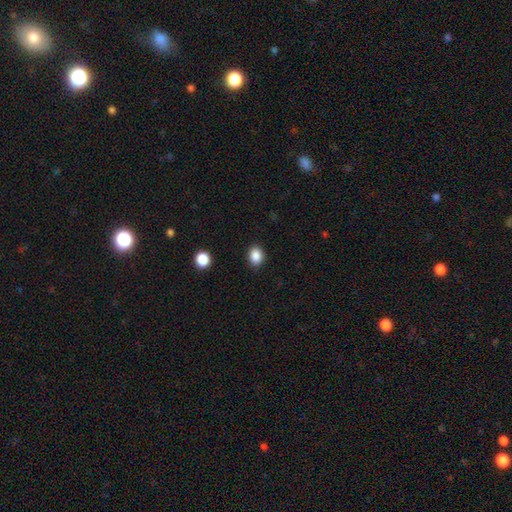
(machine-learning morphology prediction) Smooth or featured?
  - smooth: 87% *
  - star or artifact: 10%
  - featured or disk: 3%
How rounded?
  - in between: 57% *
  - round: 42%
  - cigar-shaped: 1%
Merging?
  - none: 88% *
  - minor disturbance: 9%
  - major disturbance: 2%
  - merger: 1%